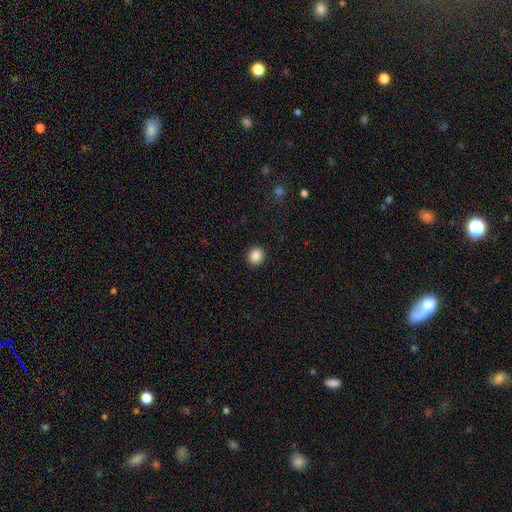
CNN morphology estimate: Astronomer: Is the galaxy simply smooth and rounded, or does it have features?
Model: smooth — 87%.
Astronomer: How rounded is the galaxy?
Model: round — 81%.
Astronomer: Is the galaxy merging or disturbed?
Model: none — 91%.